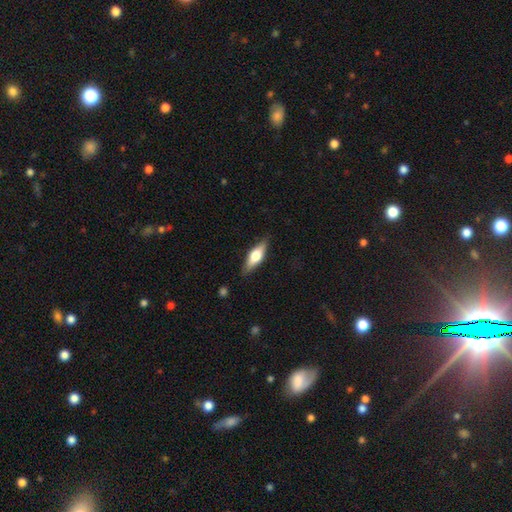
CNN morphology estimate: Q: Smooth or featured?
A: smooth (53%); runner-up: featured or disk (41%)
Q: How rounded?
A: in between (56%); runner-up: cigar-shaped (41%)
Q: Merging?
A: none (84%); runner-up: minor disturbance (12%)